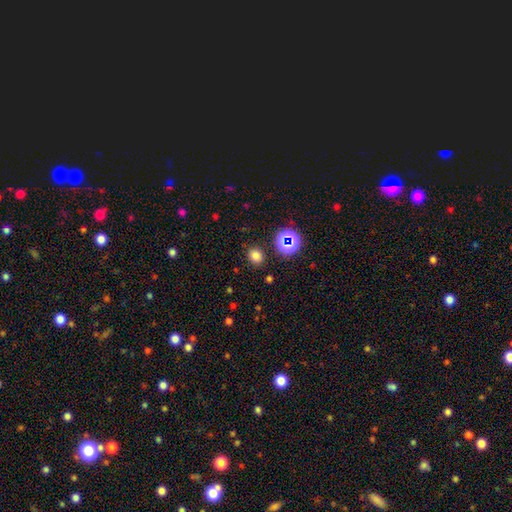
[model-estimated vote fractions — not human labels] A smooth galaxy with no disk features (75%) that is round (66%).

Vote fractions:
- Smooth or featured? smooth: 75% / star or artifact: 19% / featured or disk: 6%
- How rounded? round: 66% / in between: 34% / cigar-shaped: 1%
- Merging? none: 86% / minor disturbance: 8% / major disturbance: 3% / merger: 3%